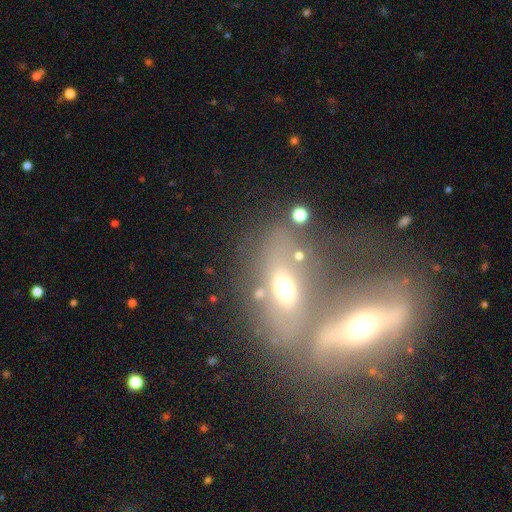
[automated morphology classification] featured or disk 52%, smooth 37%, star or artifact 11%. Down the decision tree: edge-on disk — no (53%); merging — merger (56%).